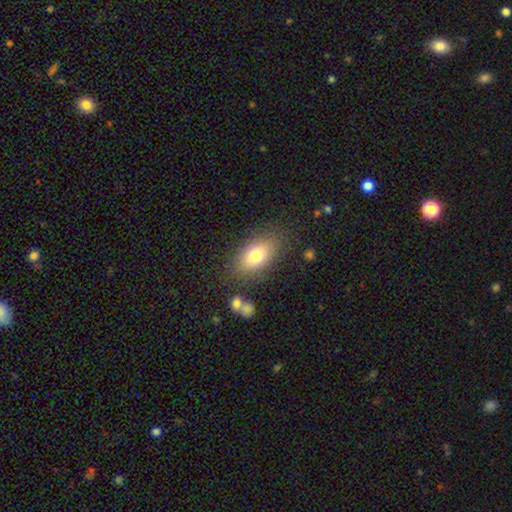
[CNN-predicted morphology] smooth_or_featured: smooth (p=0.76) [alt: featured or disk p=0.15]
how_rounded: in between (p=0.88) [alt: round p=0.08]
merging: none (p=0.79) [alt: minor disturbance p=0.13]